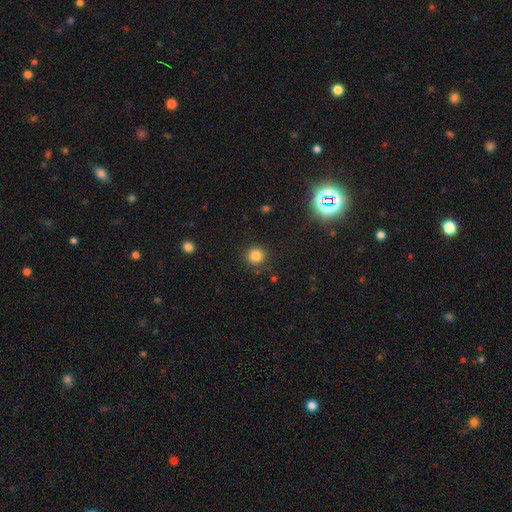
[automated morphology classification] smooth_or_featured: smooth (p=0.83) [alt: star or artifact p=0.13]
how_rounded: round (p=0.92) [alt: in between p=0.07]
merging: none (p=0.88) [alt: minor disturbance p=0.08]